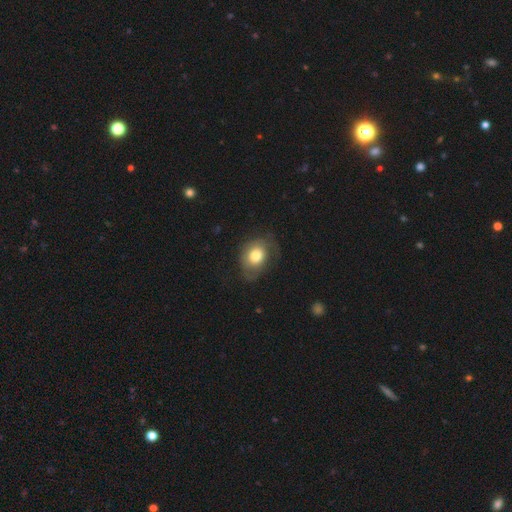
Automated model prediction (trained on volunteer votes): Smooth or featured?
  - smooth: 71% *
  - featured or disk: 21%
  - star or artifact: 8%
How rounded?
  - in between: 59% *
  - round: 40%
  - cigar-shaped: 1%
Merging?
  - none: 61% *
  - minor disturbance: 25%
  - major disturbance: 13%
  - merger: 1%